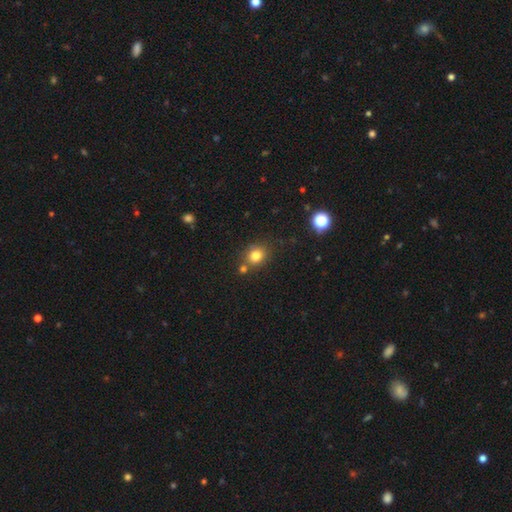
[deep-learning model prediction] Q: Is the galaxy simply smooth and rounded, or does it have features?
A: smooth — 80%.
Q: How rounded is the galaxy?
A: round — 71%.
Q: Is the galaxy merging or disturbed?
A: none — 70%.